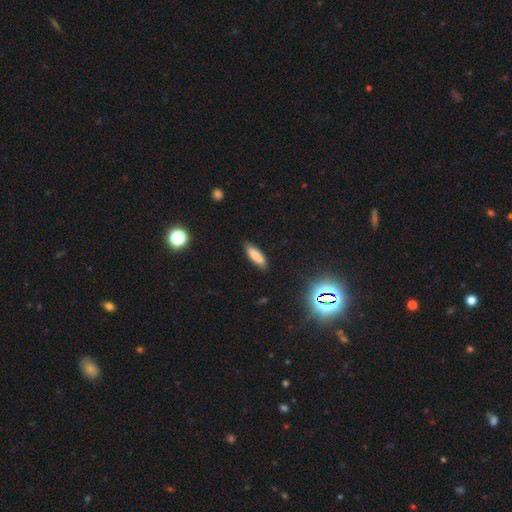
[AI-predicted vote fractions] smooth_or_featured: smooth (p=0.78) [alt: featured or disk p=0.12]
how_rounded: cigar-shaped (p=0.50) [alt: in between p=0.48]
merging: none (p=0.81) [alt: minor disturbance p=0.15]